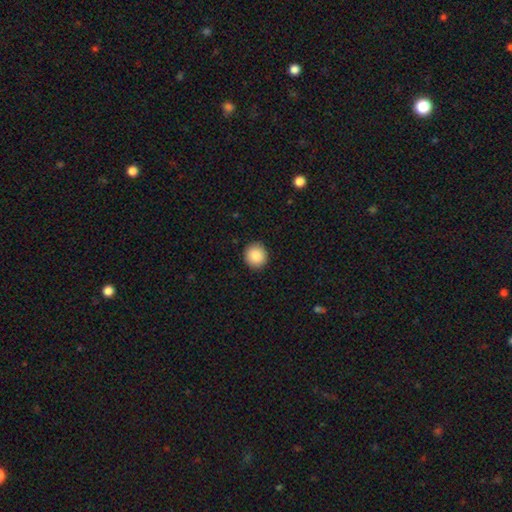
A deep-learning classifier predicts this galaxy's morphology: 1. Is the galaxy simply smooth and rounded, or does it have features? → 88% smooth, 8% star or artifact, 4% featured or disk.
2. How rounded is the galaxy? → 90% round, 9% in between, 1% cigar-shaped.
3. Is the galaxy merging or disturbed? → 91% none, 7% minor disturbance, 2% major disturbance, 1% merger.